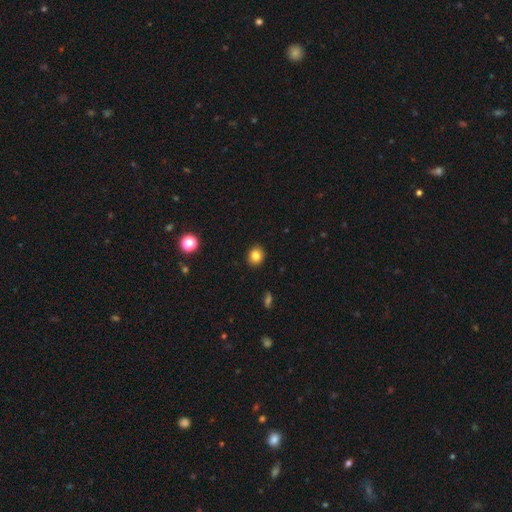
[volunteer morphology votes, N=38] This is clearly a smooth galaxy (92%). How rounded: likely round (74%). Merging: clearly none (92%).